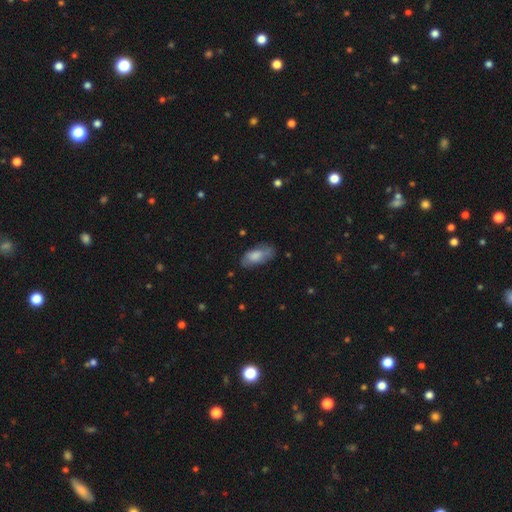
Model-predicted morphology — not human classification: Smooth or featured: smooth — 73% (featured or disk — 20%)
How rounded: in between — 86% (cigar-shaped — 11%)
Merging: none — 66% (minor disturbance — 25%)